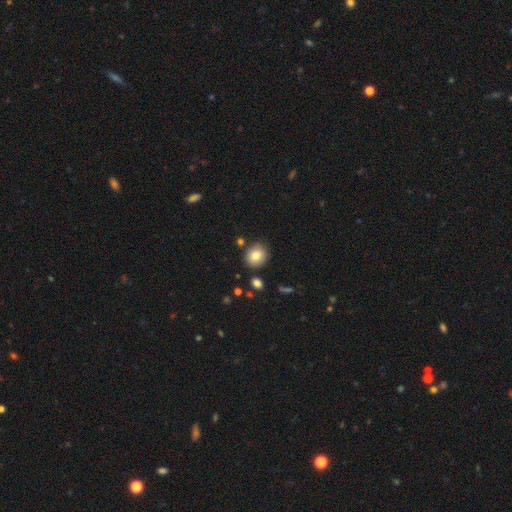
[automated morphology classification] Smooth or featured?
  - smooth: 81% *
  - featured or disk: 10%
  - star or artifact: 9%
How rounded?
  - round: 76% *
  - in between: 23%
  - cigar-shaped: 1%
Merging?
  - none: 85% *
  - minor disturbance: 9%
  - merger: 4%
  - major disturbance: 2%